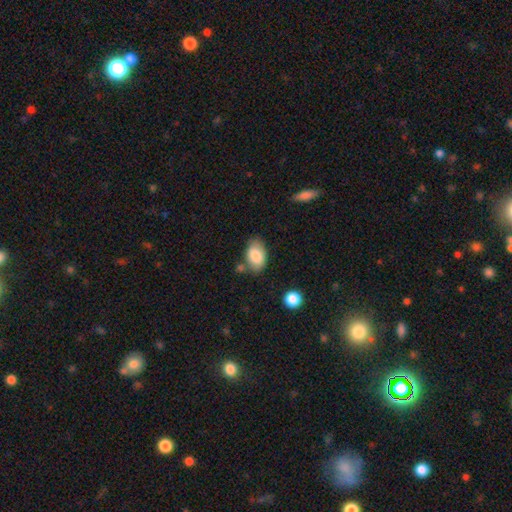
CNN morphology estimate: smooth 84%, featured or disk 9%, star or artifact 7%. Down the decision tree: how rounded — in between (89%); merging — none (68%).